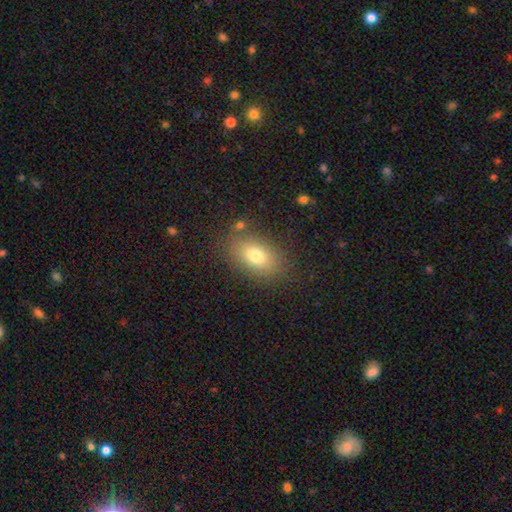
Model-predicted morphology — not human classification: Smooth or featured?
  - smooth: 77% *
  - featured or disk: 13%
  - star or artifact: 10%
How rounded?
  - in between: 86% *
  - round: 12%
  - cigar-shaped: 2%
Merging?
  - none: 82% *
  - minor disturbance: 12%
  - major disturbance: 4%
  - merger: 3%